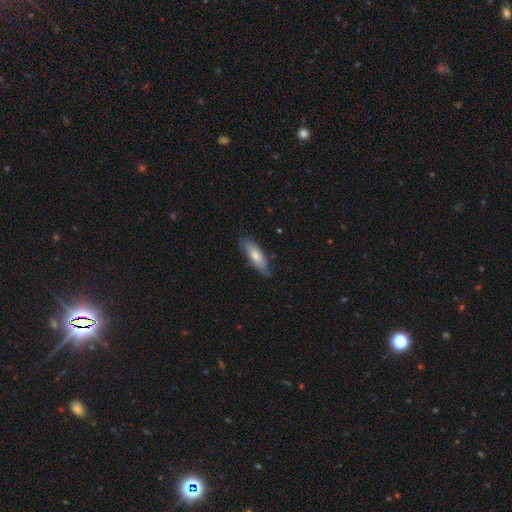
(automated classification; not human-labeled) A smooth galaxy with no disk features (63%) that is in between round and cigar-shaped (59%).

Vote fractions:
- Smooth or featured? smooth: 63% / featured or disk: 31% / star or artifact: 6%
- How rounded? in between: 59% / cigar-shaped: 39% / round: 2%
- Merging? none: 73% / minor disturbance: 22% / major disturbance: 4% / merger: 1%